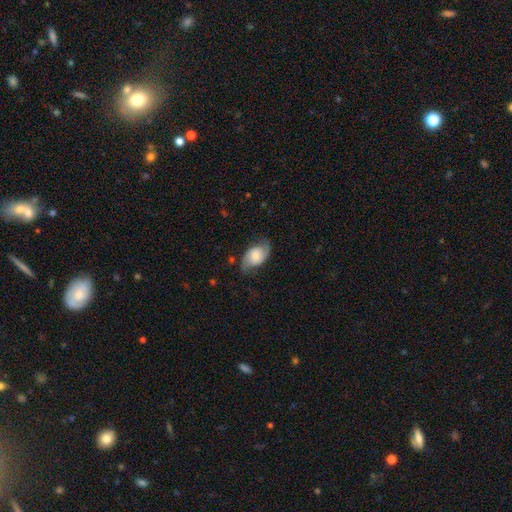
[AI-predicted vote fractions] A featured or disk galaxy (59%) with no bar (65%), 2 (89%) loose (42%) spiral arms (90%) and a moderate central bulge (38%). Merging: none (67%).